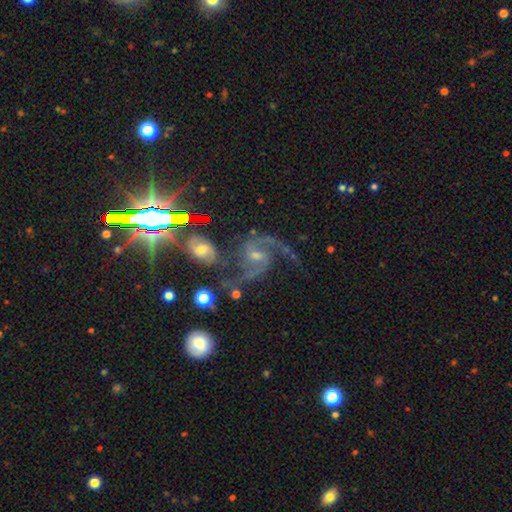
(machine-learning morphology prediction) smooth_or_featured: featured or disk (p=0.88) [alt: star or artifact p=0.08]
disk_edge_on: no (p=0.98) [alt: yes p=0.02]
bar: weak (p=0.47) [alt: no p=0.40]
has_spiral_arms: yes (p=0.97) [alt: no p=0.03]
spiral_winding: medium (p=0.54) [alt: loose p=0.35]
spiral_arm_count: 2 (p=0.91) [alt: 3 p=0.02]
bulge_size: moderate (p=0.48) [alt: small p=0.42]
merging: none (p=0.55) [alt: minor disturbance p=0.17]